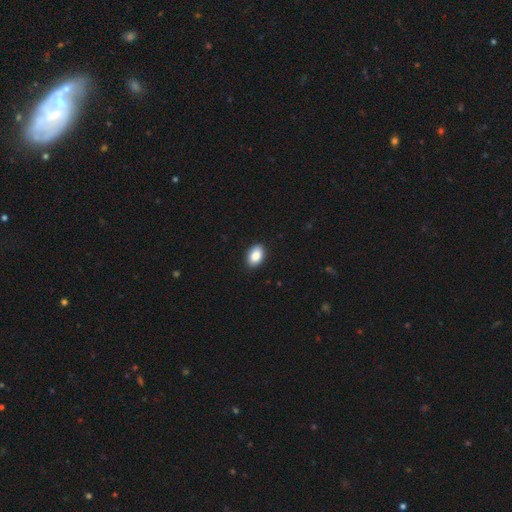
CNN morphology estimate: smooth 89%, star or artifact 7%, featured or disk 4%. Down the decision tree: how rounded — in between (90%); merging — none (90%).